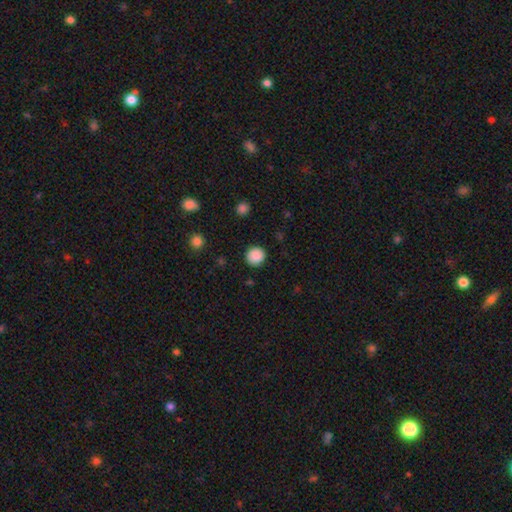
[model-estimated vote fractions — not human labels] smooth 88%, star or artifact 9%, featured or disk 3%. Down the decision tree: how rounded — round (93%); merging — none (90%).